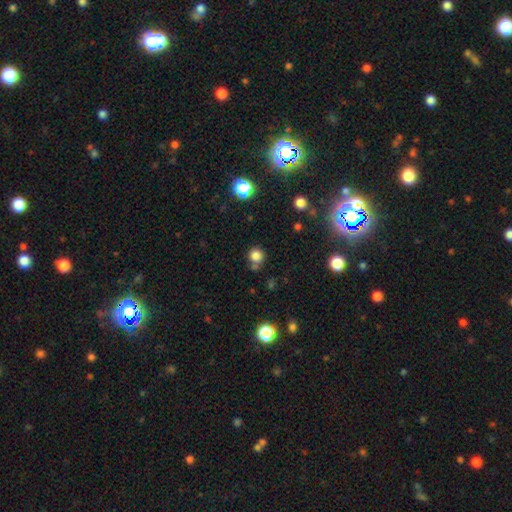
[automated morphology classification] Smooth or featured?
  - smooth: 81% *
  - star or artifact: 14%
  - featured or disk: 5%
How rounded?
  - round: 92% *
  - in between: 7%
  - cigar-shaped: 1%
Merging?
  - none: 70% *
  - merger: 14%
  - minor disturbance: 12%
  - major disturbance: 4%